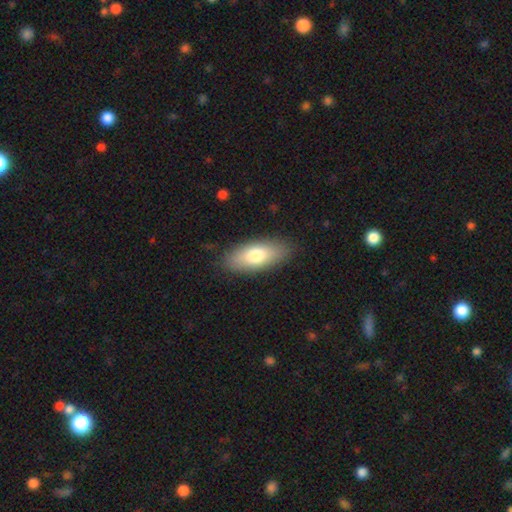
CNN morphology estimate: type=smooth (75%); roundness=in between (83%); merging=none (85%).